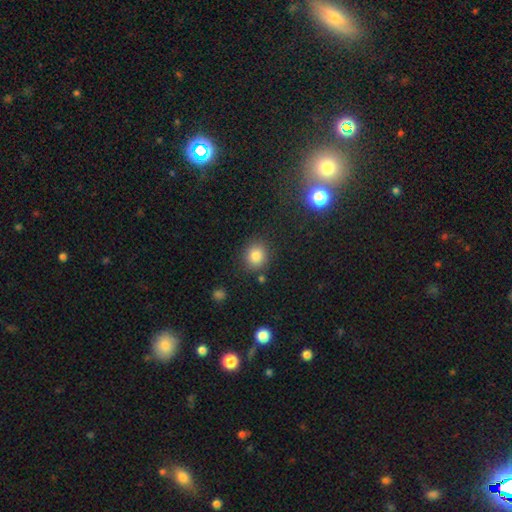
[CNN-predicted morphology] This appears to be a smooth galaxy with no disk features (83%) that is round (79%). Merging: none (83%).